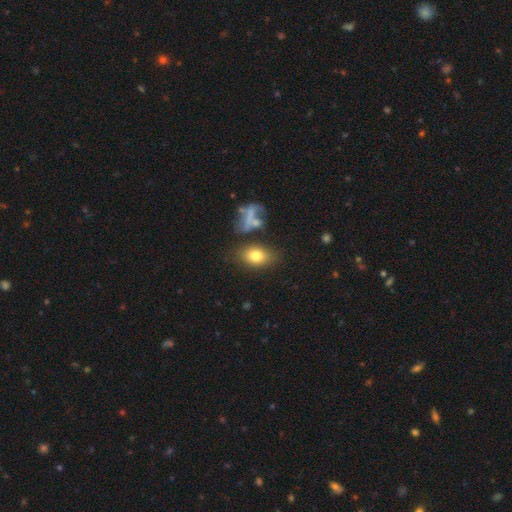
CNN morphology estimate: Smooth or featured: smooth — 77% (featured or disk — 13%)
How rounded: in between — 74% (round — 24%)
Merging: none — 69% (minor disturbance — 14%)